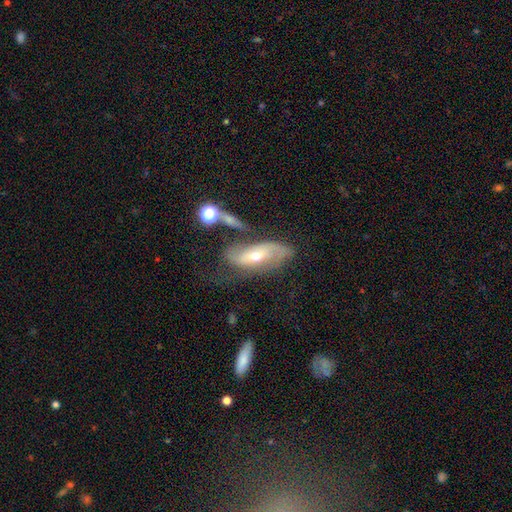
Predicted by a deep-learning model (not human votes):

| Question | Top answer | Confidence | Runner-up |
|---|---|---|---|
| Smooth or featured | featured or disk | 71% | smooth (21%) |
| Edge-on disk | no | 87% | yes (13%) |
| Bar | no | 47% | weak (32%) |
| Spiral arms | yes | 84% | no (16%) |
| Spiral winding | medium | 37% | loose (36%) |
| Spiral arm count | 2 | 68% | can't tell (19%) |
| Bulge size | moderate | 50% | small (46%) |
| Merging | none | 44% | minor disturbance (25%) |